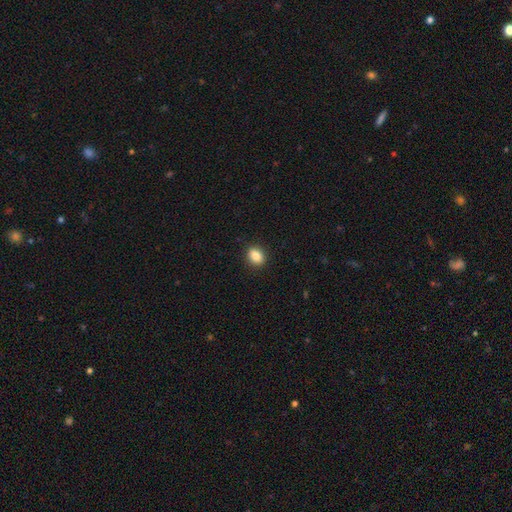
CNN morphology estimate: smooth_or_featured: smooth (p=0.87) [alt: star or artifact p=0.09]
how_rounded: in between (p=0.62) [alt: round p=0.37]
merging: none (p=0.90) [alt: minor disturbance p=0.07]